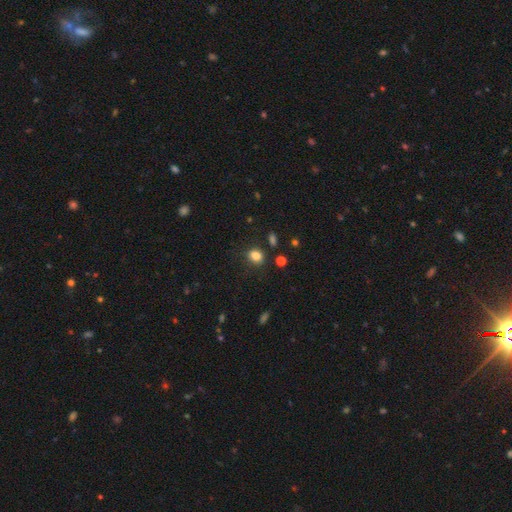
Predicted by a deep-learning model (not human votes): Smooth or featured: smooth — 83% (star or artifact — 12%)
How rounded: in between — 57% (round — 42%)
Merging: none — 78% (minor disturbance — 14%)